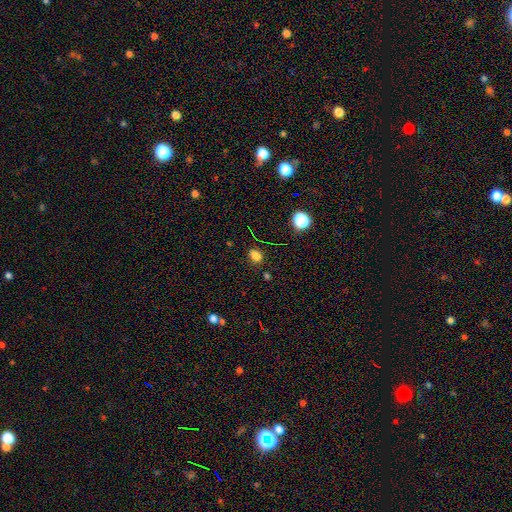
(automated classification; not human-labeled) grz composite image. It shows a smooth galaxy with no disk features (75%) that is in between round and cigar-shaped (64%). Merging: none (78%).